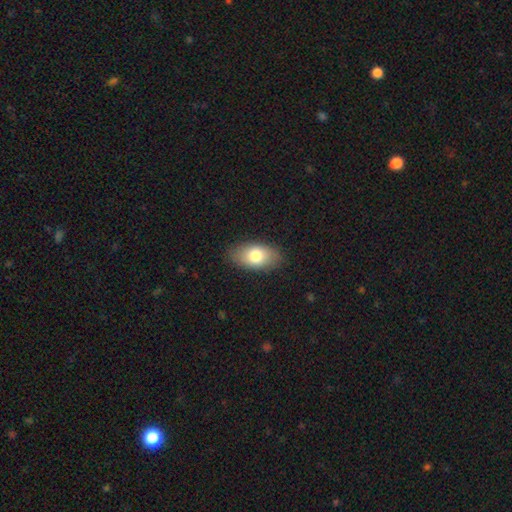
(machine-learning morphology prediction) Smooth or featured: smooth — 78% (featured or disk — 15%)
How rounded: in between — 92% (round — 6%)
Merging: none — 86% (minor disturbance — 10%)